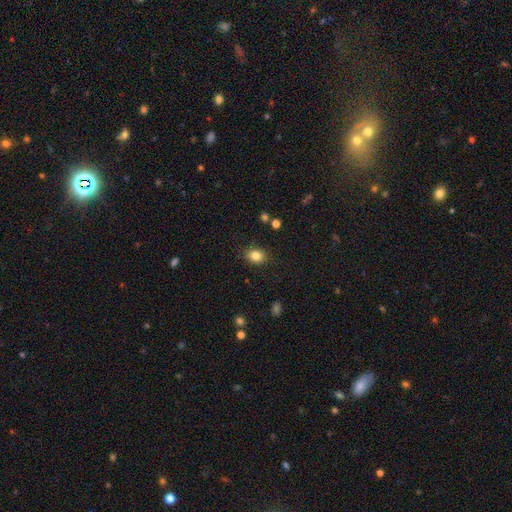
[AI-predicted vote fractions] This is clearly a smooth galaxy (83%). How rounded: possibly in between (55%). Merging: clearly none (86%).